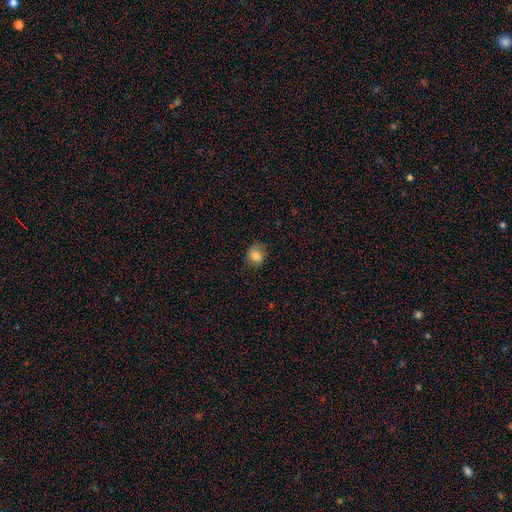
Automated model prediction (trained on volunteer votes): This appears to be a smooth galaxy with no disk features (81%) that is round (59%). Merging: none (76%).